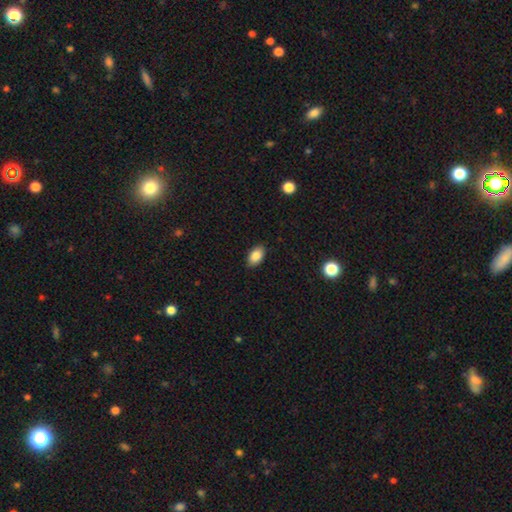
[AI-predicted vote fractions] Smooth or featured? smooth (87%)
How rounded? in between (92%)
Merging? none (89%)